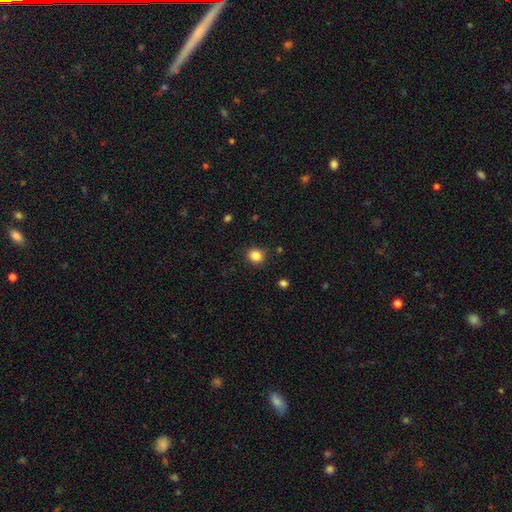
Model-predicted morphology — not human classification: Smooth or featured? Predicted: smooth (p=0.85). How rounded? Predicted: round (p=0.83). Merging? Predicted: none (p=0.88).